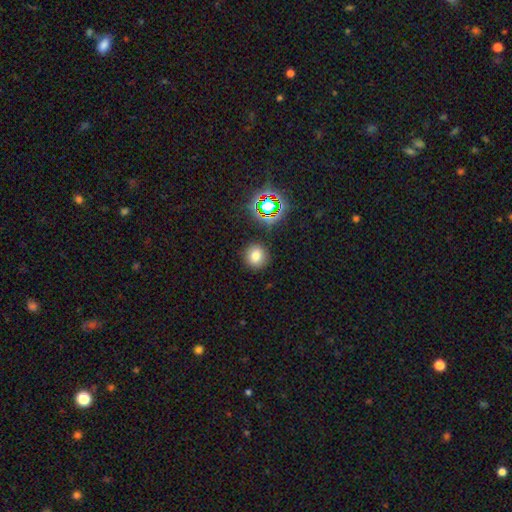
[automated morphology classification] Q: Smooth or featured?
A: smooth (74%); runner-up: star or artifact (18%)
Q: How rounded?
A: round (89%); runner-up: in between (10%)
Q: Merging?
A: none (88%); runner-up: minor disturbance (7%)